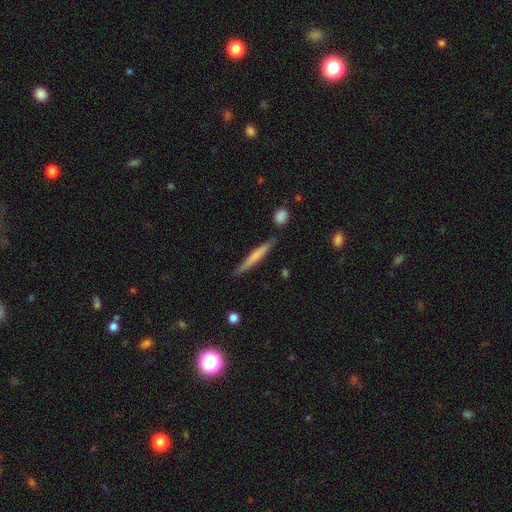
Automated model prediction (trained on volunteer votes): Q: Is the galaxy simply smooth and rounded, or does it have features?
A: smooth — 59%.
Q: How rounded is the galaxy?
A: cigar-shaped — 95%.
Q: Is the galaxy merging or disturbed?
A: none — 82%.